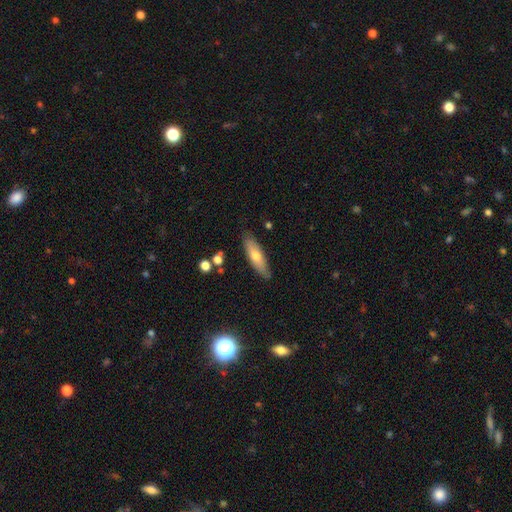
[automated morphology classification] A smooth galaxy with no disk features (62%) that is cigar-shaped (54%). Merging: none (83%).